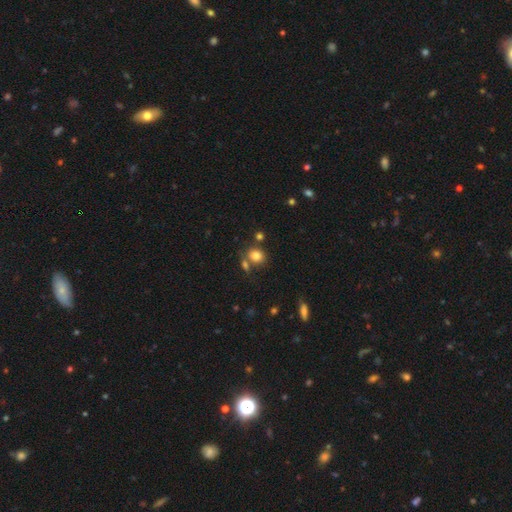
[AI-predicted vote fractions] The model was most divided on "how rounded": round: 58%, in between: 41%, cigar-shaped: 1%. More confident: smooth or featured — smooth (81%); merging — none (62%).